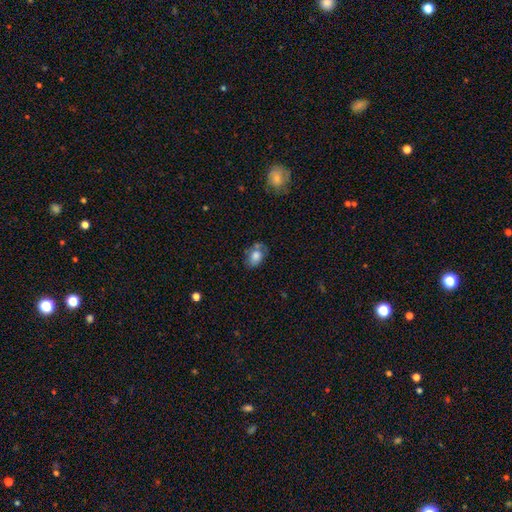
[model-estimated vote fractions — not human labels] A smooth galaxy with no disk features (74%) that is in between round and cigar-shaped (81%). Merging: none (51%).